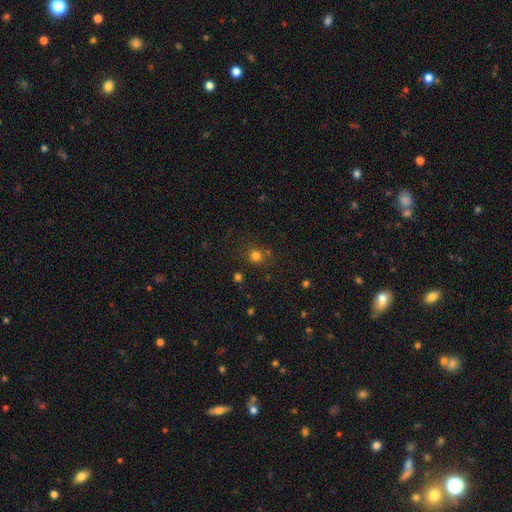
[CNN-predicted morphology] Smooth or featured? Predicted: smooth (p=0.76). How rounded? Predicted: round (p=0.86). Merging? Predicted: none (p=0.78).